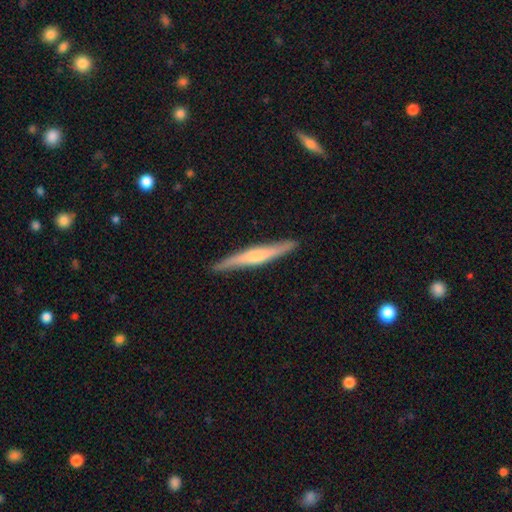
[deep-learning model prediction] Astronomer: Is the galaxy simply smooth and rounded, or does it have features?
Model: featured or disk — 56% (runner-up: smooth, 39%).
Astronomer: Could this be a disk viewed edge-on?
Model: yes — 94%.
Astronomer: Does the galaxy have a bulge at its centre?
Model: rounded — 53%.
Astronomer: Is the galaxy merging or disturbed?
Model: none — 88%.